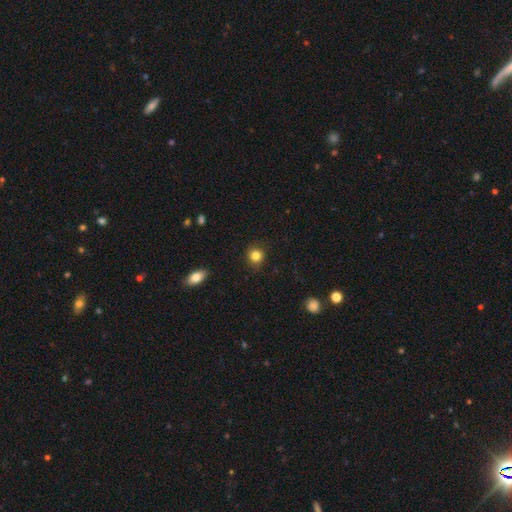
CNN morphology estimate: Smooth or featured? smooth (84%)
How rounded? round (86%)
Merging? none (84%)